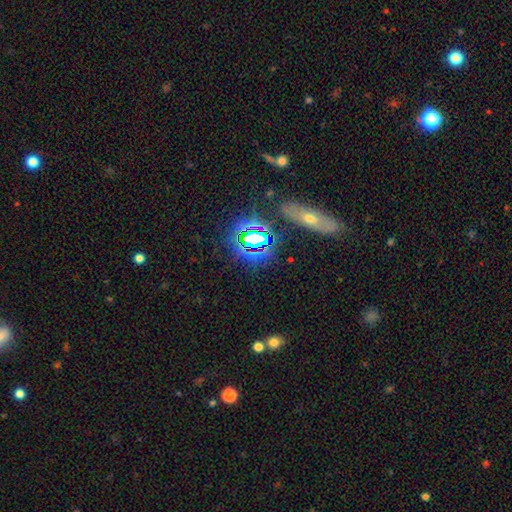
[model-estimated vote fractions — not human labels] A star or artifact, not a galaxy (40%).

Vote fractions:
- Smooth or featured? star or artifact: 40% / smooth: 32% / featured or disk: 28%